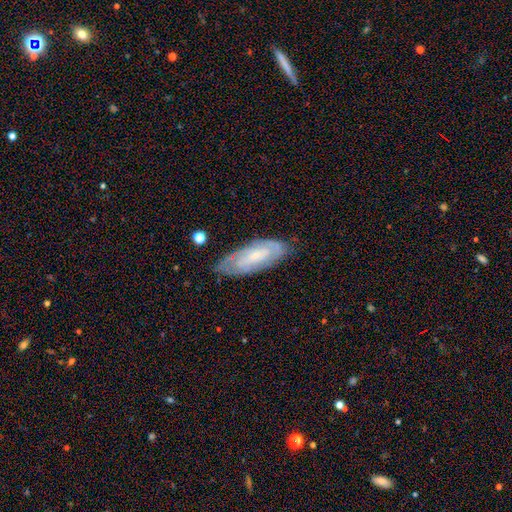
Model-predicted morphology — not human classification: smooth_or_featured: featured or disk (p=0.64) [alt: smooth p=0.29]
disk_edge_on: no (p=0.86) [alt: yes p=0.14]
bar: no (p=0.51) [alt: weak p=0.38]
has_spiral_arms: yes (p=0.82) [alt: no p=0.18]
bulge_size: small (p=0.63) [alt: moderate p=0.24]
merging: none (p=0.71) [alt: minor disturbance p=0.21]